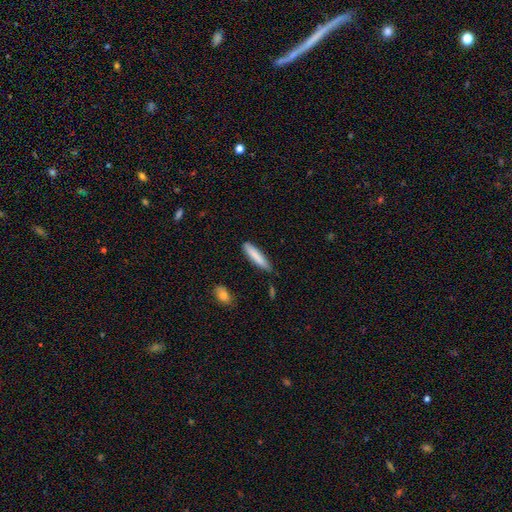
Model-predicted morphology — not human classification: Overall: smooth (84%). How rounded: cigar-shaped (85%). Merging: none (79%).